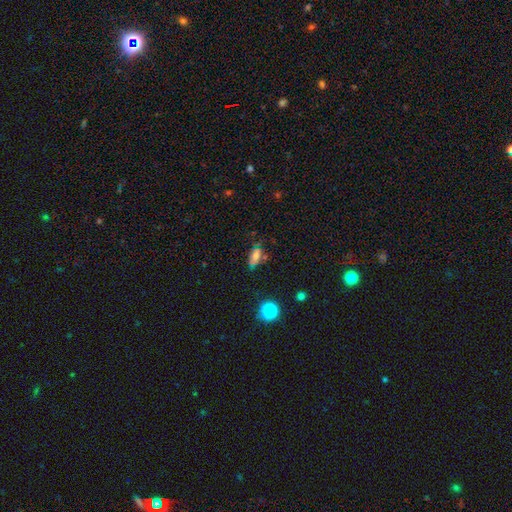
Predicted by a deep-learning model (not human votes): Smooth or featured? smooth (62%)
How rounded? in between (79%)
Merging? none (57%)